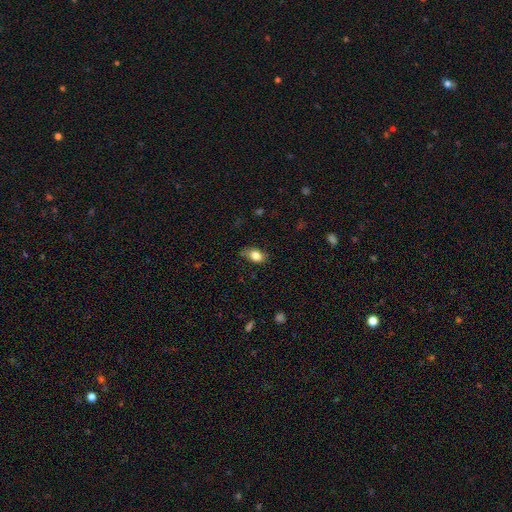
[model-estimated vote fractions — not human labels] A smooth galaxy with no disk features (83%) that is in between round and cigar-shaped (82%). Merging: none (73%).